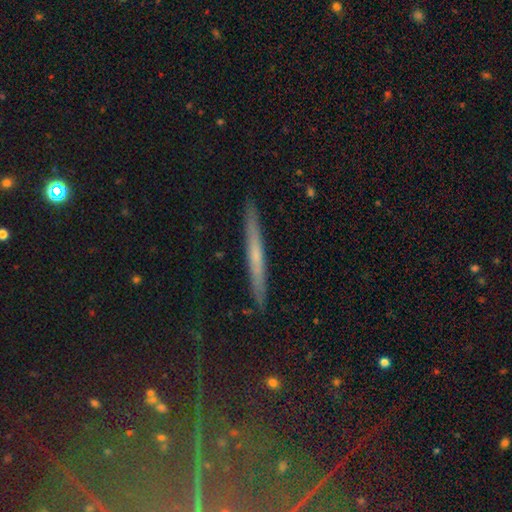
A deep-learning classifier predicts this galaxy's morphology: A featured or disk galaxy (49%). Merging: none (91%).